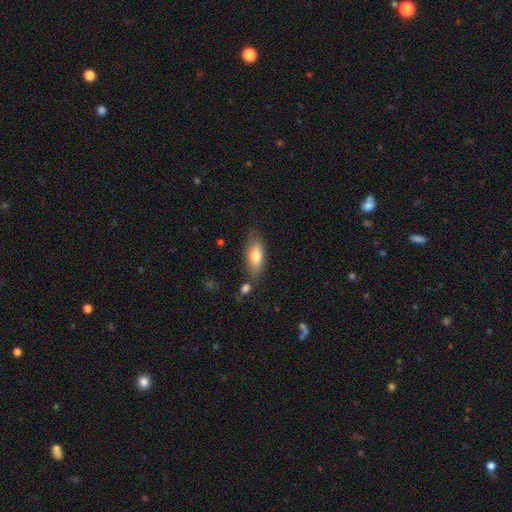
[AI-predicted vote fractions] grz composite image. It shows a smooth galaxy with no disk features (77%) that is in between round and cigar-shaped (78%). Merging: none (71%).